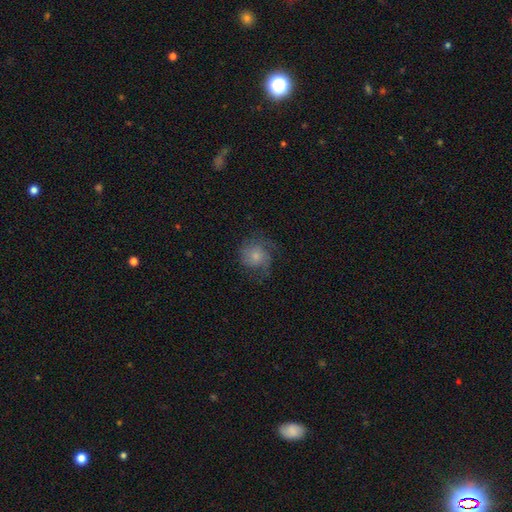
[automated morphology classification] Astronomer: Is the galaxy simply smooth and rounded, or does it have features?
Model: smooth — 54% (runner-up: featured or disk, 37%).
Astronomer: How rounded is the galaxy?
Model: round — 82%.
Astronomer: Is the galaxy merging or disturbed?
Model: none — 58%.